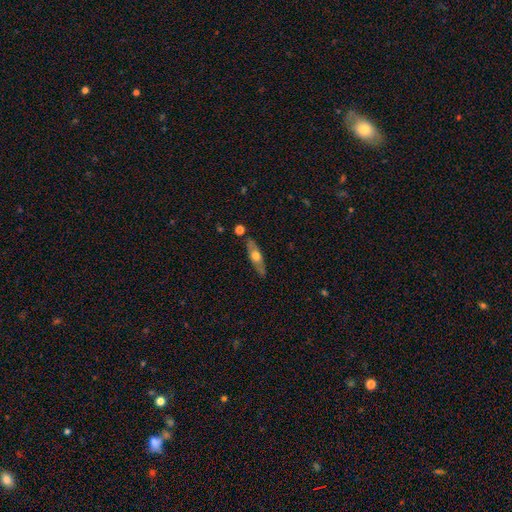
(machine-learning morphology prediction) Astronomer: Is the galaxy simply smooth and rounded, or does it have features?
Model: featured or disk — 47%, tied with smooth at 47%.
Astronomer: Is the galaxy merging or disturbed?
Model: none — 82%.